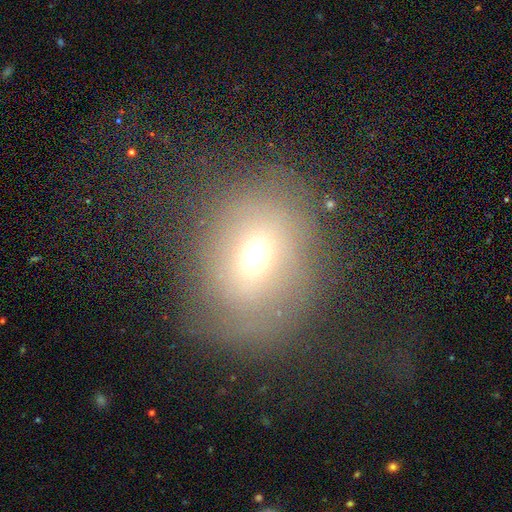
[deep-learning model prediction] Smooth or featured? Predicted: smooth (p=0.61). How rounded? Predicted: round (p=0.53). Merging? Predicted: none (p=0.65).